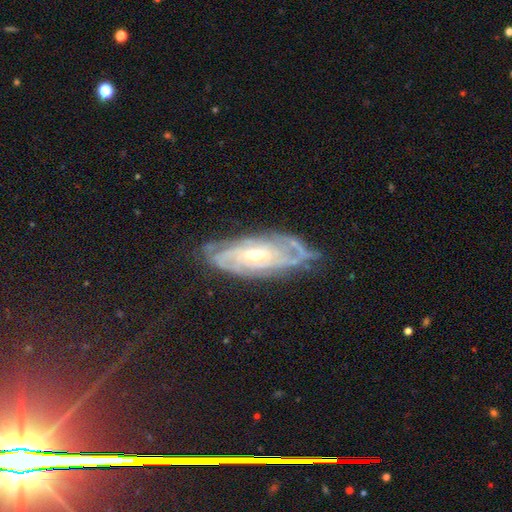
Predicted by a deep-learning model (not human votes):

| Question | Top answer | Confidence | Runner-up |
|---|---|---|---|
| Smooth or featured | featured or disk | 84% | smooth (8%) |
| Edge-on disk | no | 88% | yes (12%) |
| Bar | no | 60% | weak (30%) |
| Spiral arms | yes | 94% | no (6%) |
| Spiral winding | tight | 69% | medium (25%) |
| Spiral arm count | can't tell | 42% | 2 (21%) |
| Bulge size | small | 49% | moderate (48%) |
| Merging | none | 72% | minor disturbance (19%) |